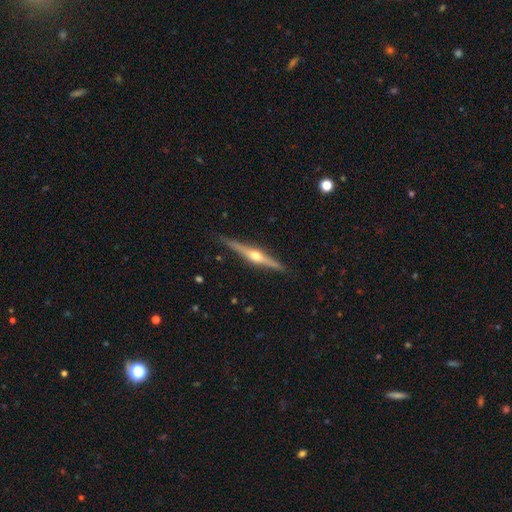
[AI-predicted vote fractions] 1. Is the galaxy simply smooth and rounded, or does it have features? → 80% featured or disk, 15% smooth, 5% star or artifact.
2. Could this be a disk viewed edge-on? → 98% yes, 2% no.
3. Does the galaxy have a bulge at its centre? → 94% rounded, 3% none, 3% boxy.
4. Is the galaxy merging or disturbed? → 87% none, 10% minor disturbance, 2% major disturbance, 1% merger.